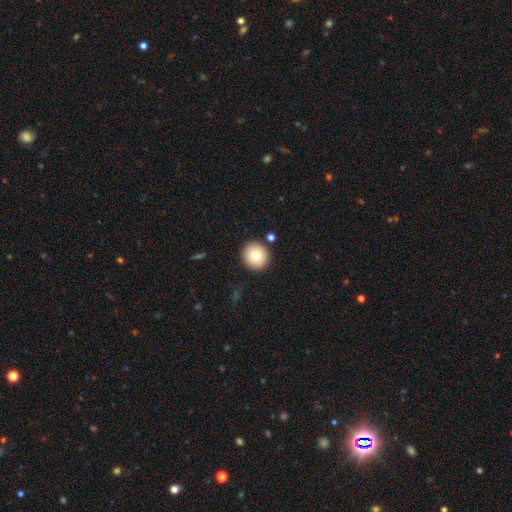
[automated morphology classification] This is likely a smooth galaxy (77%). How rounded: clearly round (94%). Merging: clearly none (90%).